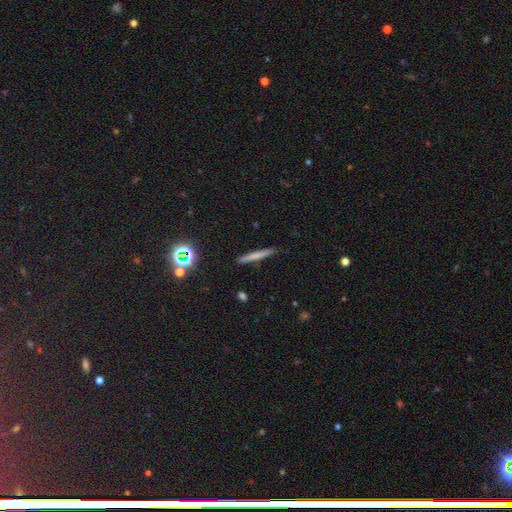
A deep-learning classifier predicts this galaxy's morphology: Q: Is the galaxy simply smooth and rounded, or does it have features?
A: smooth — 64%.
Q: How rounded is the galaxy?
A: cigar-shaped — 95%.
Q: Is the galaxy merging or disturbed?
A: none — 88%.